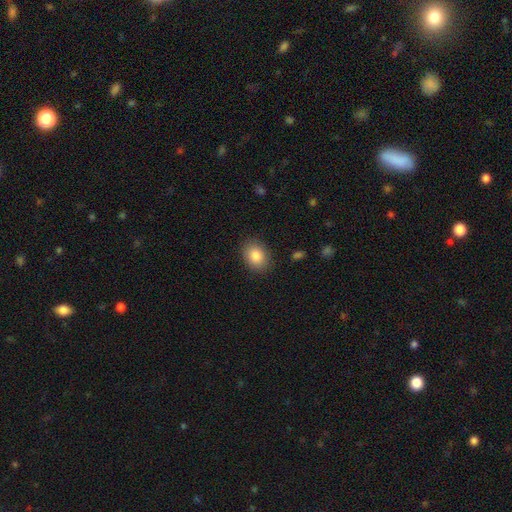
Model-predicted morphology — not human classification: smooth_or_featured: smooth (p=0.86) [alt: star or artifact p=0.08]
how_rounded: in between (p=0.65) [alt: round p=0.34]
merging: none (p=0.87) [alt: minor disturbance p=0.09]